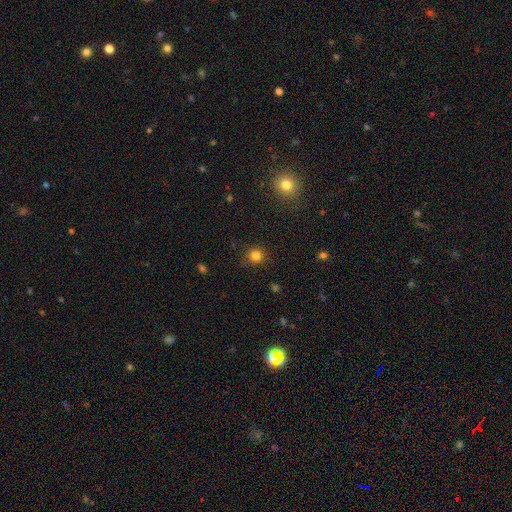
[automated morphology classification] This is clearly a smooth galaxy (82%). How rounded: clearly round (86%). Merging: clearly none (81%).